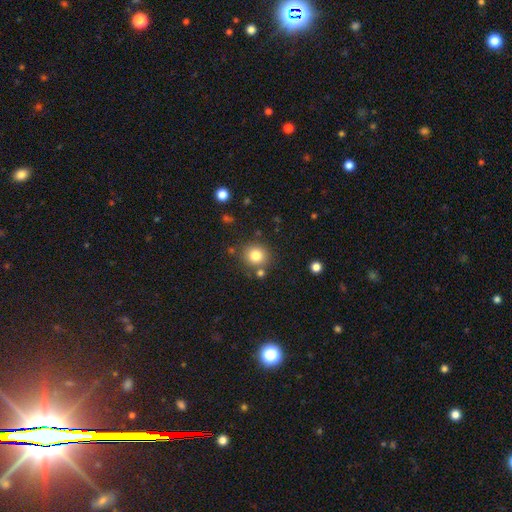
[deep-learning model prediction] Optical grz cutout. It shows a smooth galaxy with no disk features (81%) that is round (88%). Merging: none (80%).